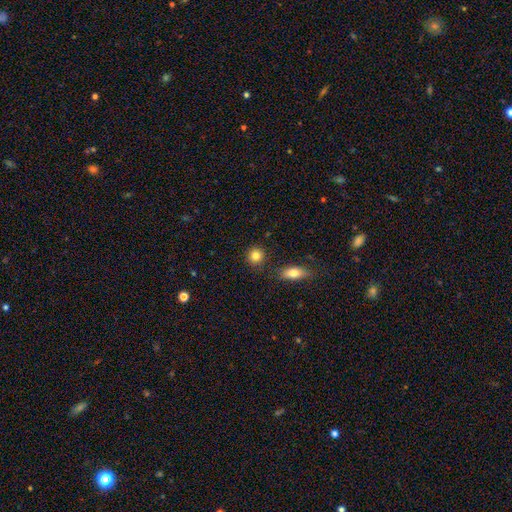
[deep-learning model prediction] A smooth galaxy with no disk features (84%) that is round (88%).

Vote fractions:
- Smooth or featured? smooth: 84% / star or artifact: 10% / featured or disk: 6%
- How rounded? round: 88% / in between: 11% / cigar-shaped: 1%
- Merging? none: 85% / minor disturbance: 8% / merger: 5% / major disturbance: 2%